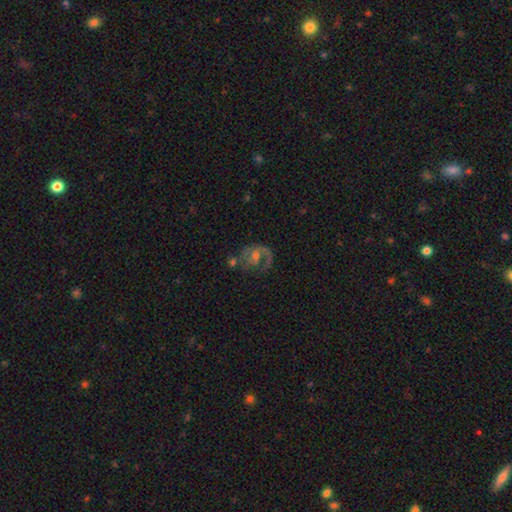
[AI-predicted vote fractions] smooth_or_featured: featured or disk (p=0.78) [alt: smooth p=0.14]
disk_edge_on: no (p=0.98) [alt: yes p=0.02]
bar: no (p=0.61) [alt: weak p=0.33]
has_spiral_arms: yes (p=0.87) [alt: no p=0.13]
spiral_winding: medium (p=0.47) [alt: tight p=0.30]
spiral_arm_count: 1 (p=0.46) [alt: 2 p=0.41]
bulge_size: moderate (p=0.53) [alt: small p=0.38]
merging: none (p=0.50) [alt: major disturbance p=0.21]